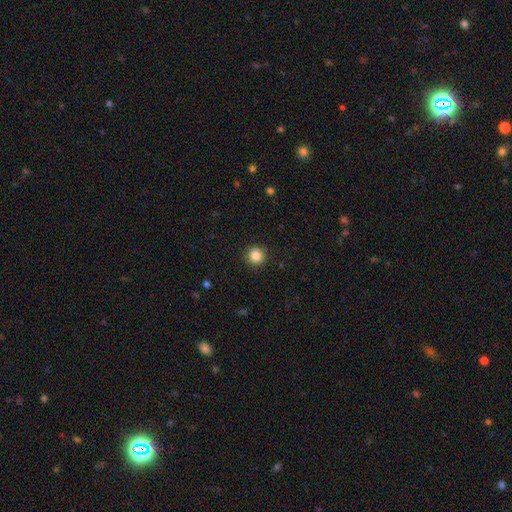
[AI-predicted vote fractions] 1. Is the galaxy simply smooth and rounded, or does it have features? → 85% smooth, 11% star or artifact, 4% featured or disk.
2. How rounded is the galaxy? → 95% round, 4% in between, 1% cigar-shaped.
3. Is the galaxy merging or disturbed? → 92% none, 5% minor disturbance, 2% major disturbance, 1% merger.